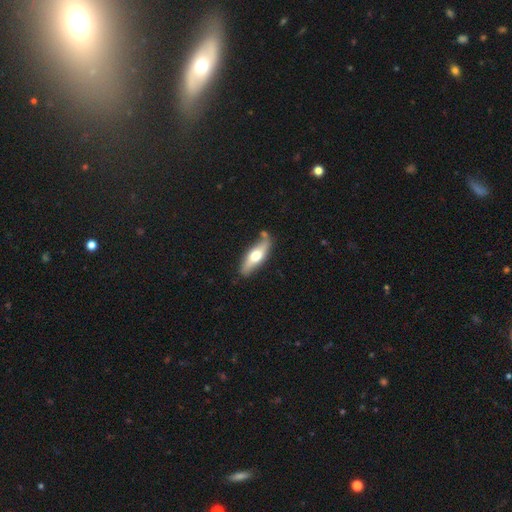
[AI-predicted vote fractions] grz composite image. It shows a smooth galaxy with no disk features (49%). Merging: none (77%).